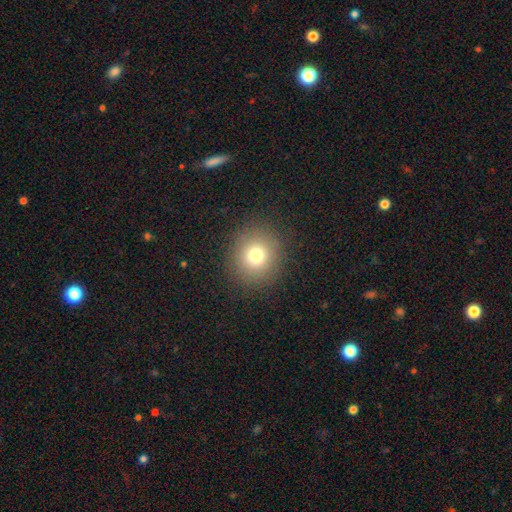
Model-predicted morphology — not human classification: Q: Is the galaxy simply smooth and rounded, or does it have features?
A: smooth — 75%.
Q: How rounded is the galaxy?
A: round — 88%.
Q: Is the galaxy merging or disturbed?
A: none — 88%.